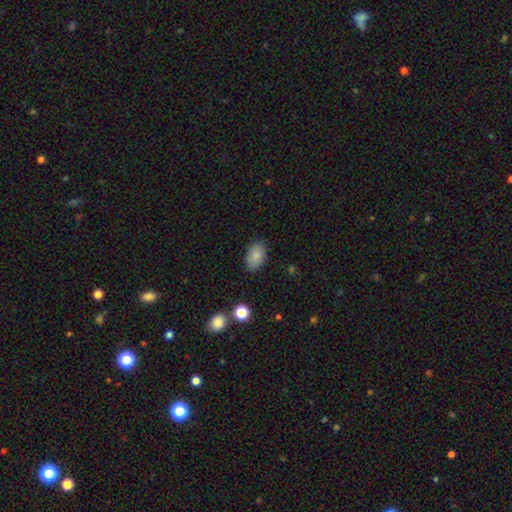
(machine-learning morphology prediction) This appears to be a smooth galaxy with no disk features (85%) that is in between round and cigar-shaped (91%). Merging: none (84%).